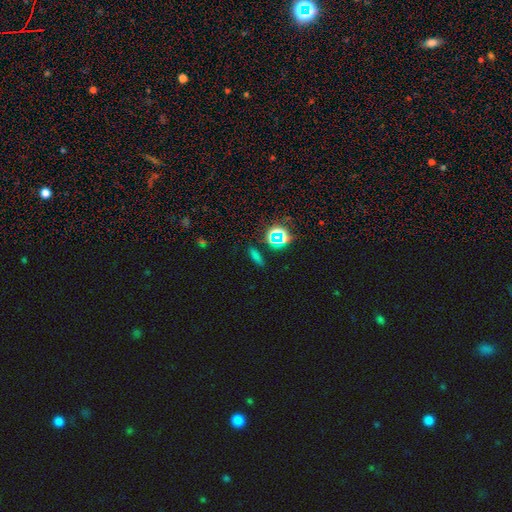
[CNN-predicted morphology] The model was most divided on "how rounded": cigar-shaped: 45%, in between: 39%, round: 16%. More confident: merging — none (83%); smooth or featured — smooth (51%).